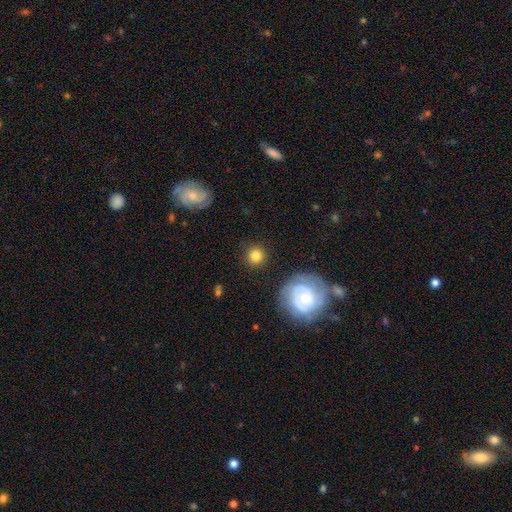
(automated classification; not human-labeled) This appears to be a smooth galaxy with no disk features (78%) that is round (92%). Merging: none (87%).